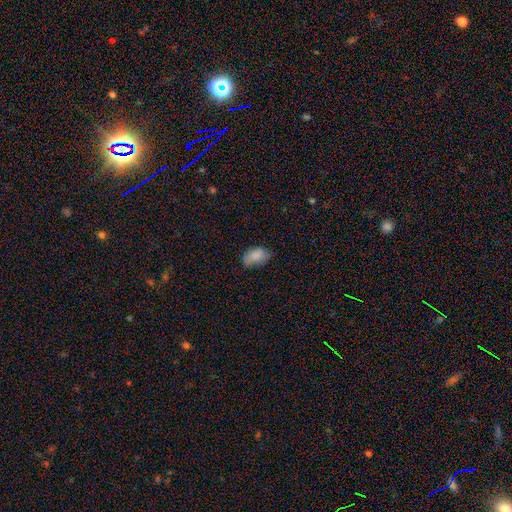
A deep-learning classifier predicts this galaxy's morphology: Smooth or featured? Predicted: smooth (p=0.83). How rounded? Predicted: in between (p=0.89). Merging? Predicted: none (p=0.58).